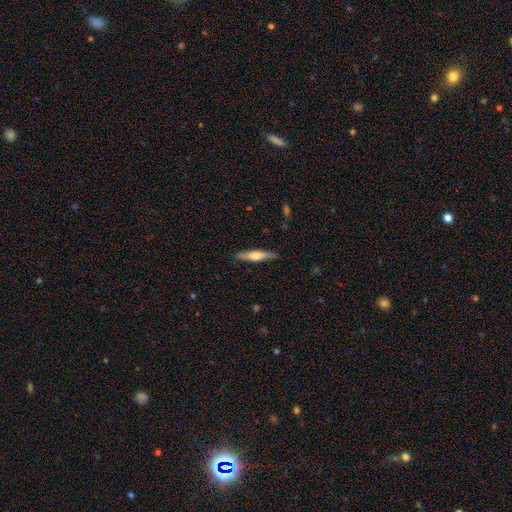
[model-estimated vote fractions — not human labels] Morphology: type=smooth (50%); roundness=cigar-shaped (85%); merging=none (85%).